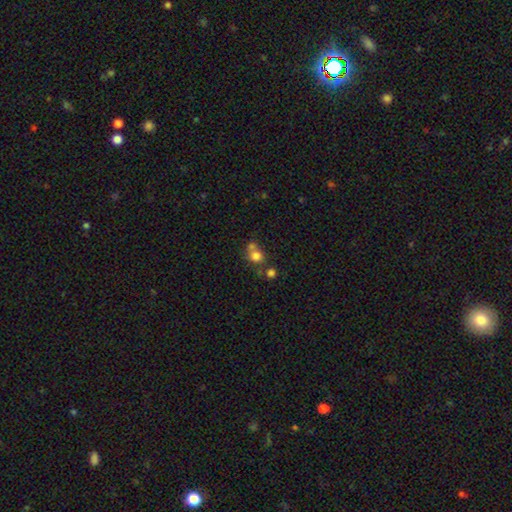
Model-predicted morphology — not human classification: This is likely a smooth galaxy (76%). How rounded: likely round (79%). Merging: possibly none (46%).